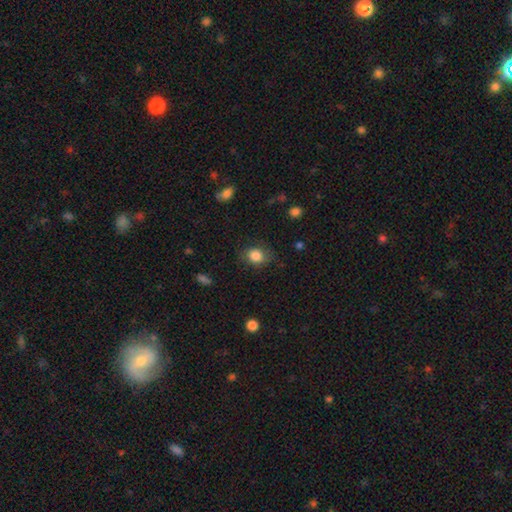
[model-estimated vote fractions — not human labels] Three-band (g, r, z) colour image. It shows a smooth galaxy with no disk features (84%) that is round (50%). Merging: none (75%).